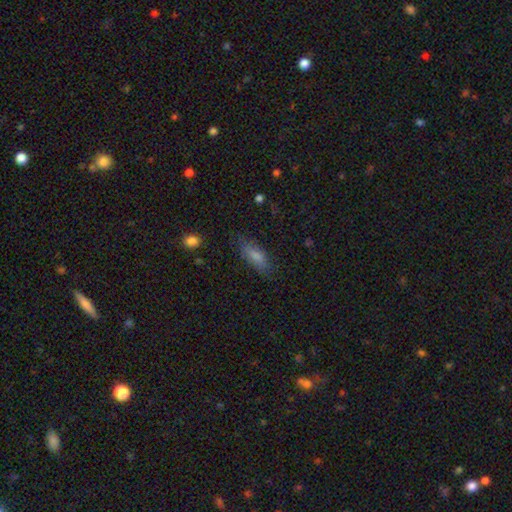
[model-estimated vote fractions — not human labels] smooth 68%, featured or disk 20%, star or artifact 12%. Down the decision tree: how rounded — in between (58%); merging — none (79%).